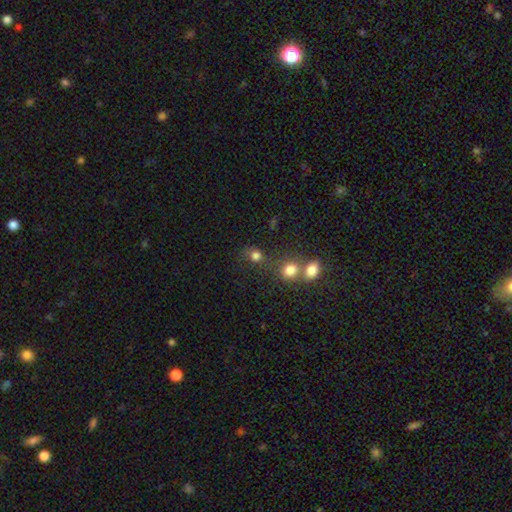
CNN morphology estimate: Smooth or featured? Predicted: smooth (p=0.78). How rounded? Predicted: round (p=0.74). Merging? Predicted: none (p=0.50).